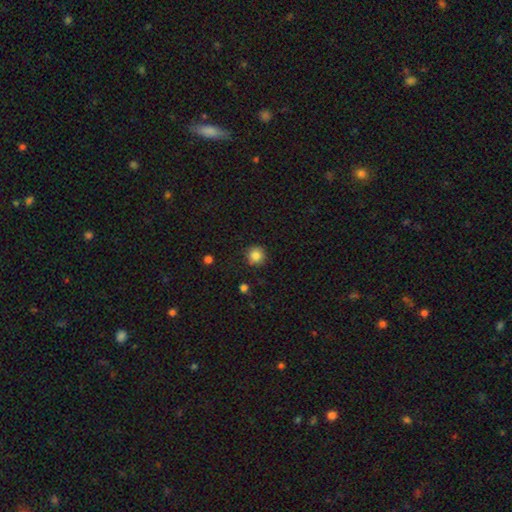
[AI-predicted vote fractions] smooth 85%, star or artifact 10%, featured or disk 4%. Down the decision tree: how rounded — round (95%); merging — none (89%).